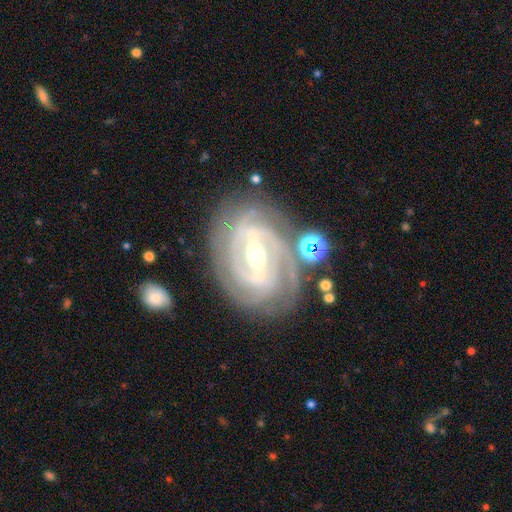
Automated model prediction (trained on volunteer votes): smooth-or-featured: featured or disk: 91% | star or artifact: 5% | smooth: 4%
  disk-edge-on: no: 96% | yes: 4%
    bar: strong: 67% | weak: 26% | no: 7%
    has-spiral-arms: yes: 97% | no: 3%
      spiral-winding: tight: 72% | medium: 24% | loose: 4%
      spiral-arm-count: 2: 30% | 3: 29% | can't tell: 16% | 4: 15% | more than 4: 5% | 1: 4%
    bulge-size: moderate: 58% | small: 36% | large: 4% | none: 1% | dominant: 1%
  merging: none: 77% | minor disturbance: 15% | major disturbance: 5% | merger: 4%